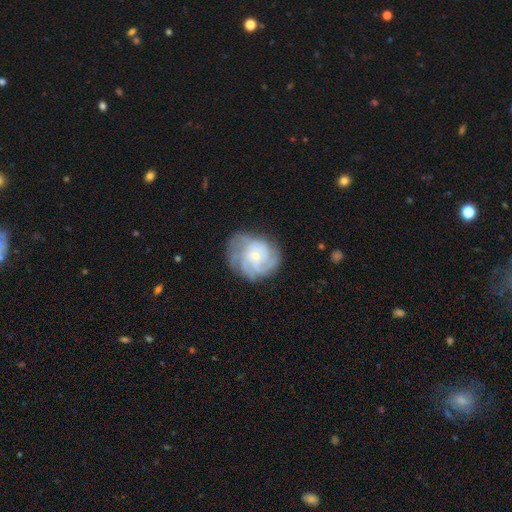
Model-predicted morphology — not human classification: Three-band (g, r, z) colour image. It shows a featured or disk galaxy (81%) with no bar (74%), 3 (28%, tied with 4) tight (60%) spiral arms (96%) and a small central bulge (72%). Merging: none (71%).